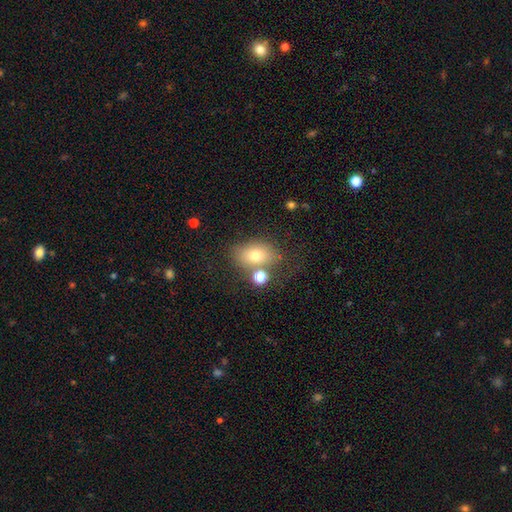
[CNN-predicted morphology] type=smooth (73%); roundness=in between (73%); merging=none (59%).